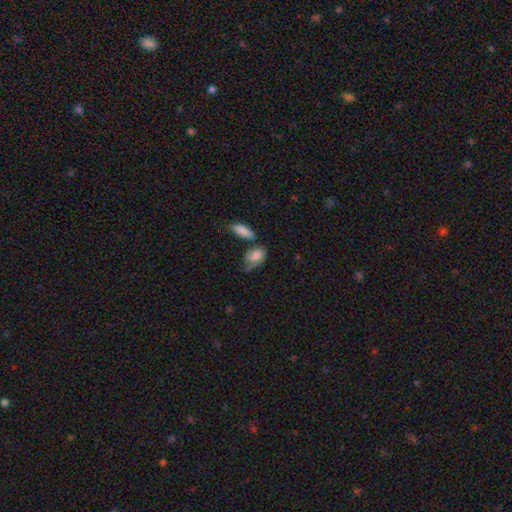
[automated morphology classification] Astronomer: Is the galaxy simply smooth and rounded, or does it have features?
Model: smooth — 71%.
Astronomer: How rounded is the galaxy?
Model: in between — 84%.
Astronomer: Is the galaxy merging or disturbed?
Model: none — 35% (runner-up: minor disturbance, 29%).